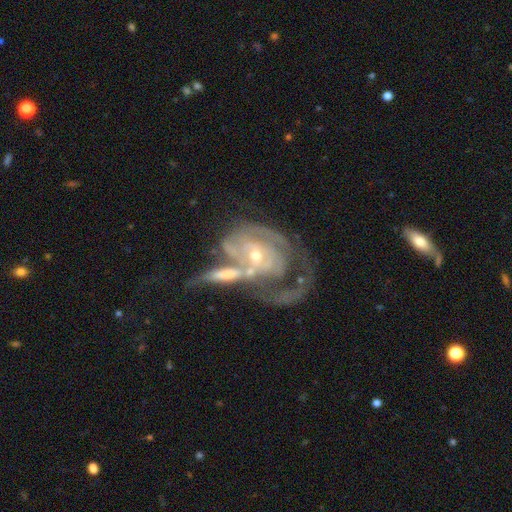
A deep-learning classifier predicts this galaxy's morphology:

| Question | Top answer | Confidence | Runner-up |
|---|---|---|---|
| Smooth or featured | featured or disk | 84% | smooth (10%) |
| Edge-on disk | no | 95% | yes (5%) |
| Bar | no | 65% | weak (25%) |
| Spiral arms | yes | 88% | no (12%) |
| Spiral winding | tight | 63% | medium (27%) |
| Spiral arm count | can't tell | 41% | 2 (32%) |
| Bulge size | small | 60% | moderate (36%) |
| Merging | merger | 49% | none (22%) |